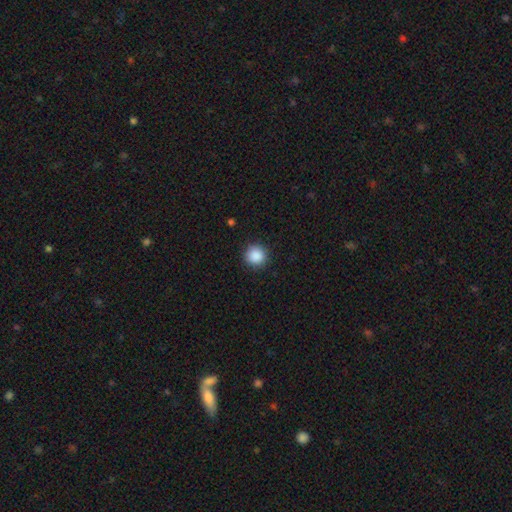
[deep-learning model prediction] Smooth or featured: smooth — 88% (star or artifact — 9%)
How rounded: round — 95% (in between — 4%)
Merging: none — 91% (minor disturbance — 6%)